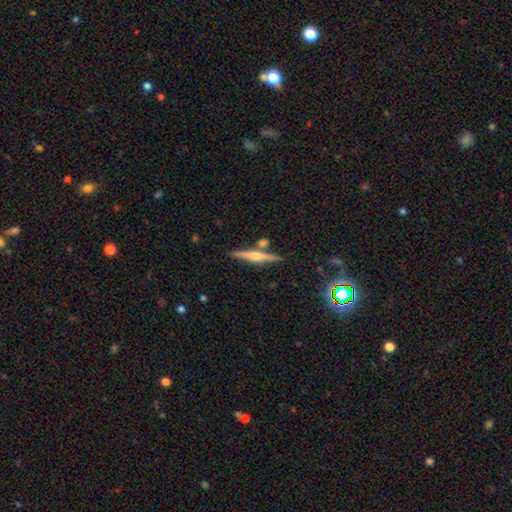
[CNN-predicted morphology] The model was most divided on "smooth or featured": featured or disk: 66%, smooth: 27%, star or artifact: 7%. More confident: edge-on disk — yes (98%); merging — none (81%); edge-on bulge — rounded (81%).